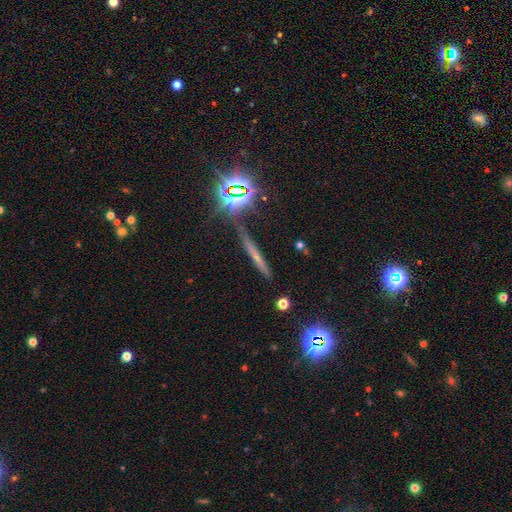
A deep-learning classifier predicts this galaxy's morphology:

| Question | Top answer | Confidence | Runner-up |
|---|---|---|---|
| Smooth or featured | smooth | 45% | featured or disk (28%) |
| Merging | none | 83% | minor disturbance (11%) |